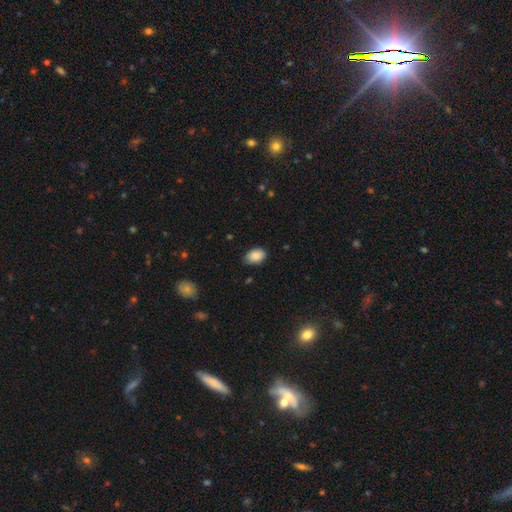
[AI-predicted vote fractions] smooth 88%, star or artifact 7%, featured or disk 5%. Down the decision tree: how rounded — in between (86%); merging — none (77%).